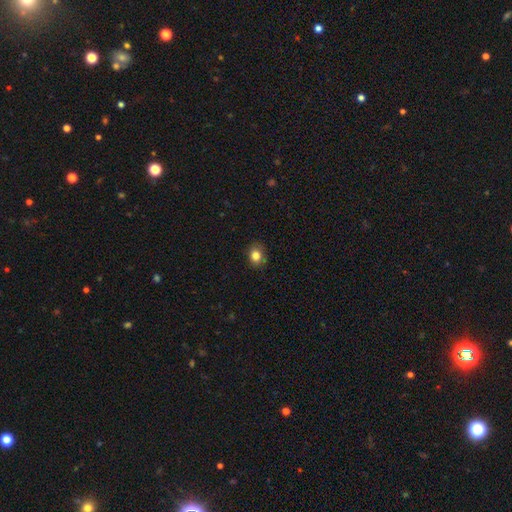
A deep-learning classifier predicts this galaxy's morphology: Q: Smooth or featured?
A: smooth (82%); runner-up: star or artifact (11%)
Q: How rounded?
A: round (61%); runner-up: in between (38%)
Q: Merging?
A: none (83%); runner-up: minor disturbance (13%)